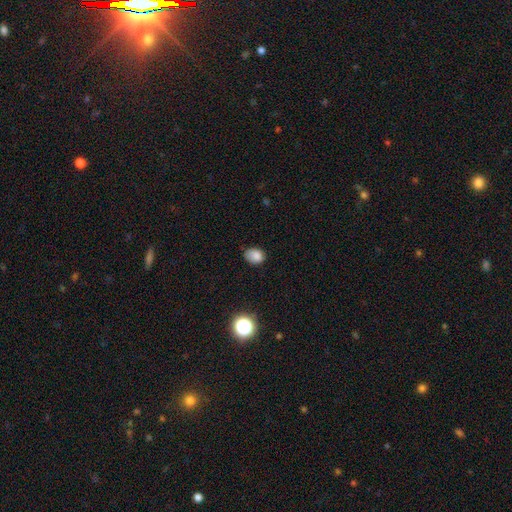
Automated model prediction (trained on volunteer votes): The model was most divided on "merging": none: 58%, minor disturbance: 32%, major disturbance: 8%, merger: 2%. More confident: smooth or featured — smooth (81%); how rounded — in between (67%).